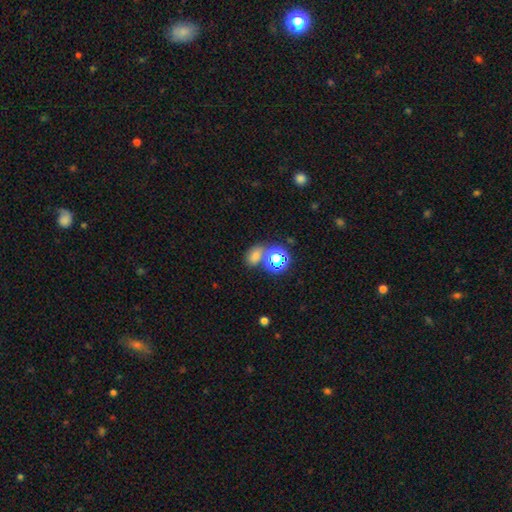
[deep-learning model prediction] smooth 65%, star or artifact 27%, featured or disk 8%. Down the decision tree: how rounded — in between (65%); merging — none (57%).